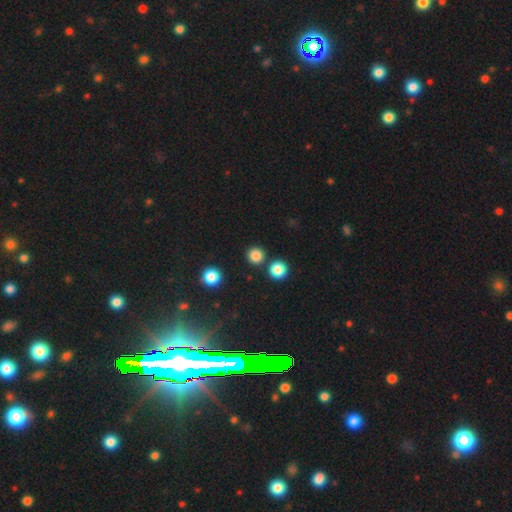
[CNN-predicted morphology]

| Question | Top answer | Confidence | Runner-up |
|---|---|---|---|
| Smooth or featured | smooth | 83% | star or artifact (14%) |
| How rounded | round | 94% | in between (5%) |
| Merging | none | 86% | merger (6%) |